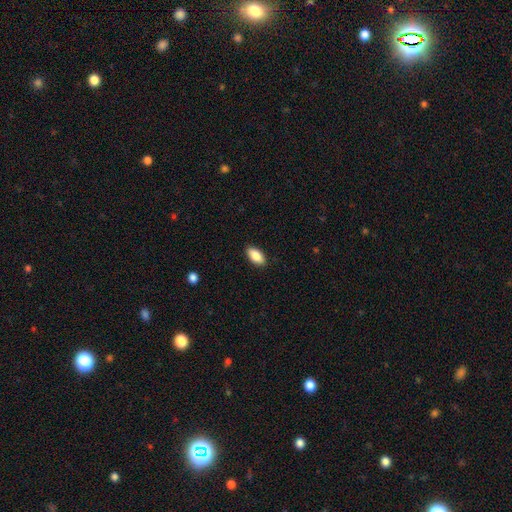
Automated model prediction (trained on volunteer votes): Overall: smooth (87%). How rounded: in between (92%). Merging: none (89%).